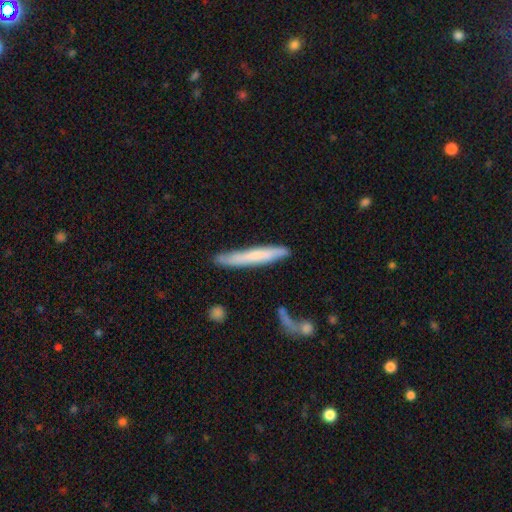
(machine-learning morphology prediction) Smooth or featured? Predicted: smooth (p=0.62). How rounded? Predicted: cigar-shaped (p=0.95). Merging? Predicted: none (p=0.77).